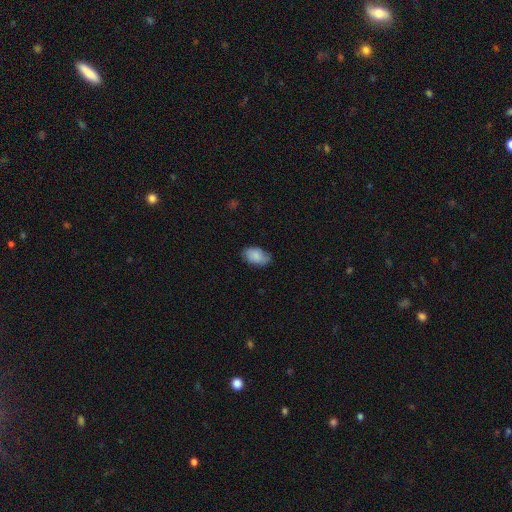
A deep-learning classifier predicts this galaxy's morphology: smooth_or_featured: smooth (p=0.83) [alt: featured or disk p=0.10]
how_rounded: in between (p=0.92) [alt: round p=0.07]
merging: none (p=0.75) [alt: minor disturbance p=0.20]